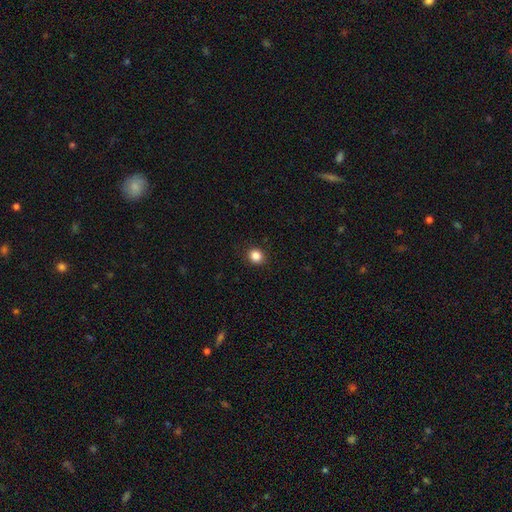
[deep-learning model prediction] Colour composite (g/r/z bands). It shows a smooth galaxy with no disk features (86%) that is round (82%). Merging: none (91%).